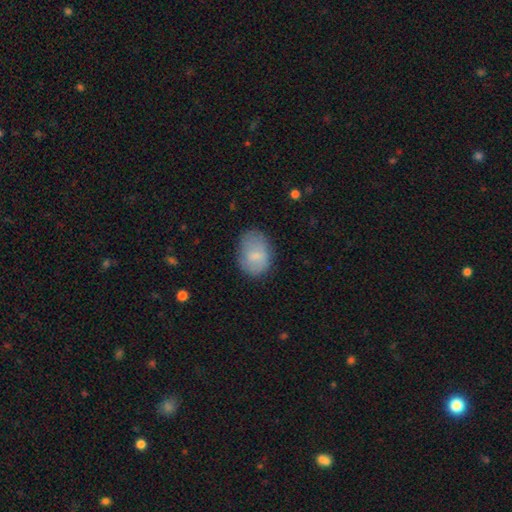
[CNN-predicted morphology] smooth_or_featured: smooth (p=0.74) [alt: featured or disk p=0.18]
how_rounded: in between (p=0.75) [alt: round p=0.24]
merging: none (p=0.68) [alt: minor disturbance p=0.23]